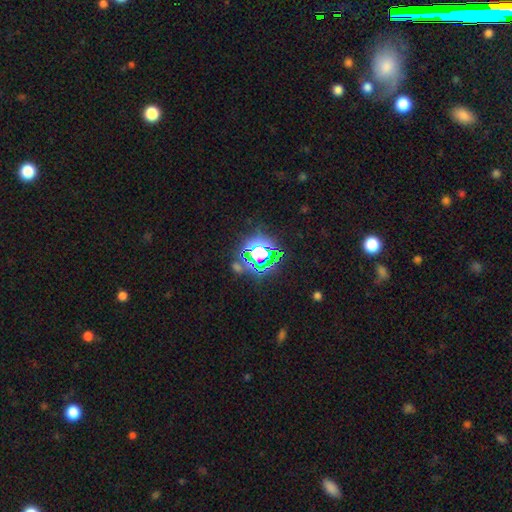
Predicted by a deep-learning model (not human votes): Overall: star or artifact (79%).